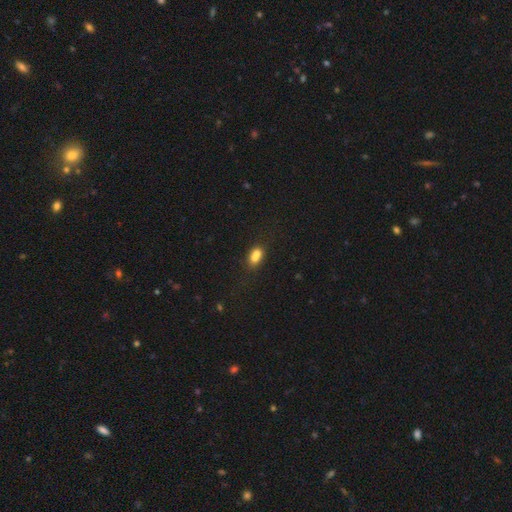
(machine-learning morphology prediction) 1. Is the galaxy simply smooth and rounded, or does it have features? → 77% smooth, 12% star or artifact, 11% featured or disk.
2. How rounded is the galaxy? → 76% in between, 19% round, 5% cigar-shaped.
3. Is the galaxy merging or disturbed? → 45% none, 33% merger, 16% minor disturbance, 6% major disturbance.